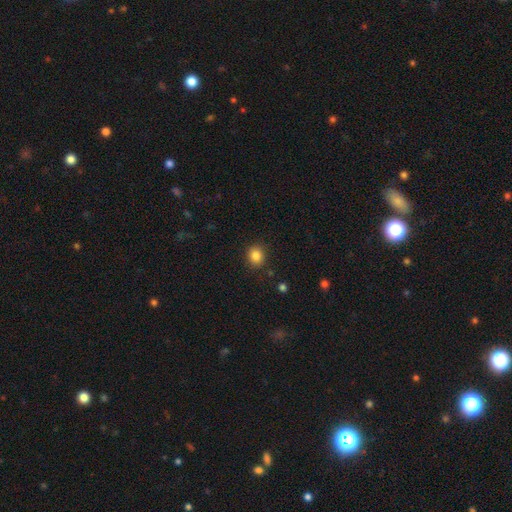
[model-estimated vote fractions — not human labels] This is clearly a smooth galaxy (85%). How rounded: likely round (74%). Merging: clearly none (88%).